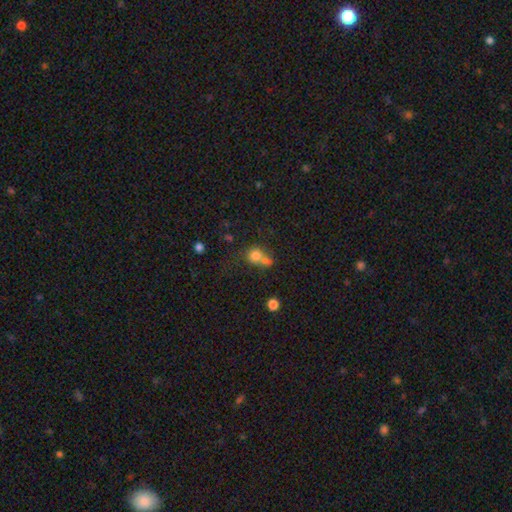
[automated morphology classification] Smooth or featured? Predicted: smooth (p=0.75). How rounded? Predicted: round (p=0.76). Merging? Predicted: merger (p=0.52).